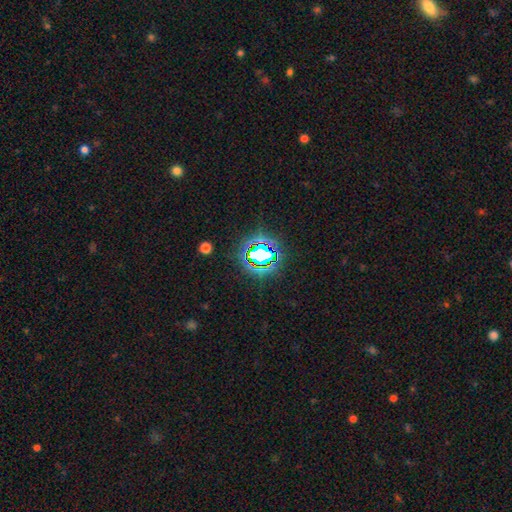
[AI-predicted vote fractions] A star or artifact, not a galaxy (70%).